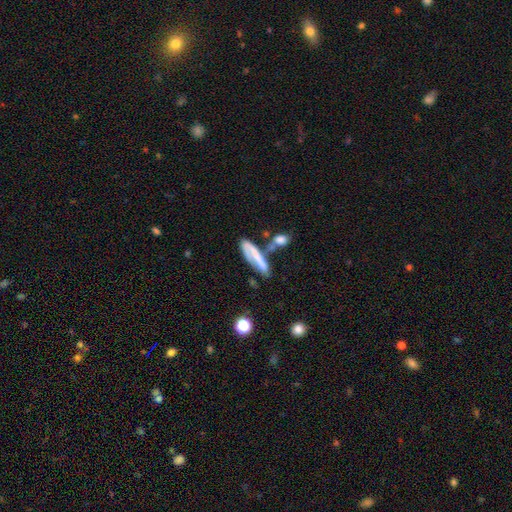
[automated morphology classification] This appears to be a featured or disk galaxy (50%). Merging: none (34%).